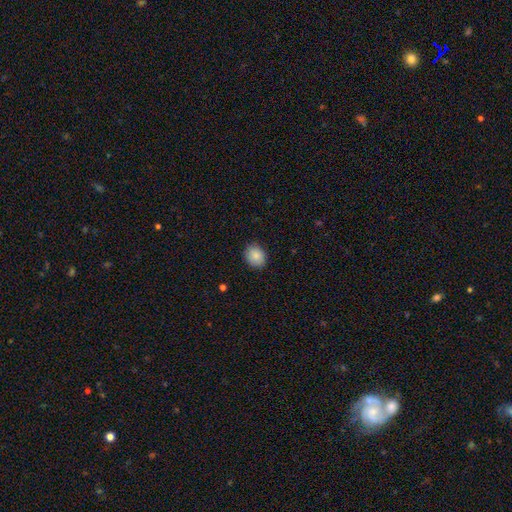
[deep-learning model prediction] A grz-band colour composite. It shows a smooth galaxy with no disk features (88%) that is round (55%). Merging: none (86%).